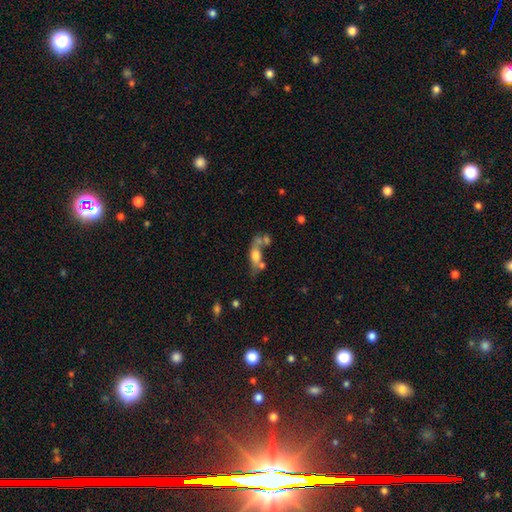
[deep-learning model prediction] This is possibly a smooth galaxy (56%). How rounded: likely in between (67%). Merging: marginally merger (40%).